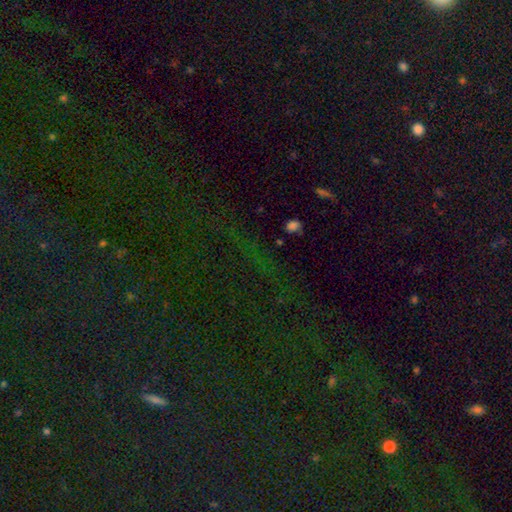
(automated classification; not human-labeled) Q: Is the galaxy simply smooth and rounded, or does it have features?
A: star or artifact — 76%.